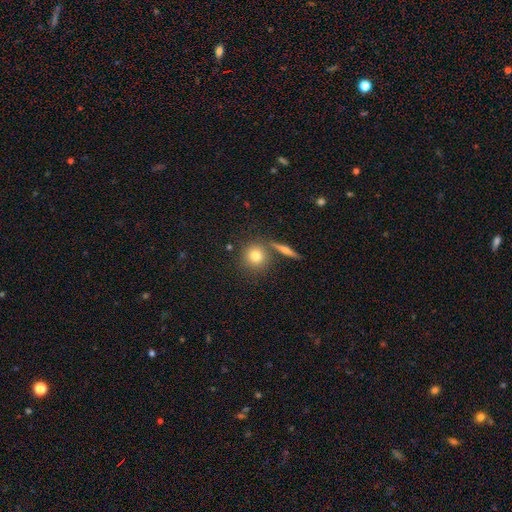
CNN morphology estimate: Smooth or featured: smooth — 76% (featured or disk — 13%)
How rounded: round — 90% (in between — 8%)
Merging: none — 74% (merger — 13%)